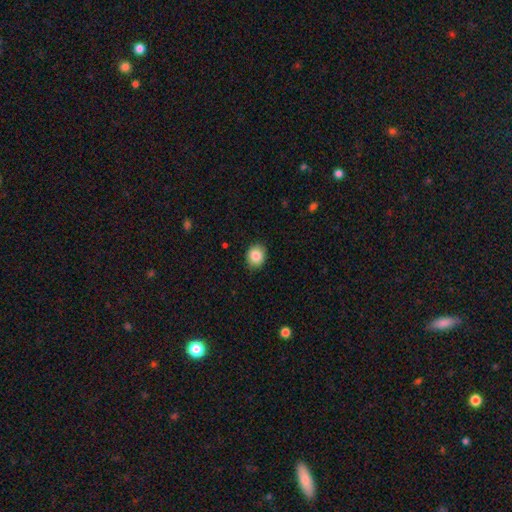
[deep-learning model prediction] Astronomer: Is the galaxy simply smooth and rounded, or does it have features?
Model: smooth — 87%.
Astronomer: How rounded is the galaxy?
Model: round — 62%.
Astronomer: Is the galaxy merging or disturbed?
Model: none — 88%.